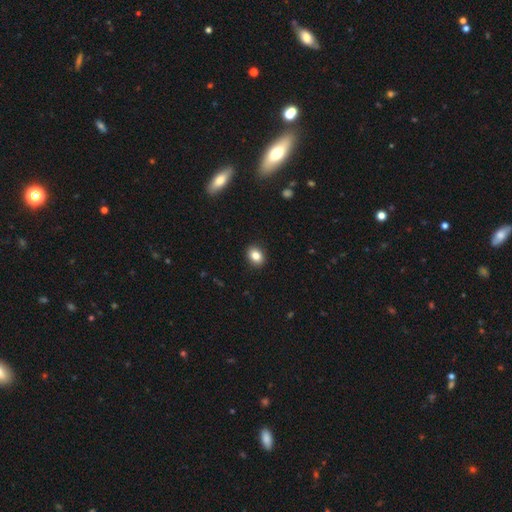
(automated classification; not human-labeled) This appears to be a smooth galaxy with no disk features (84%) that is in between round and cigar-shaped (65%). Merging: none (90%).